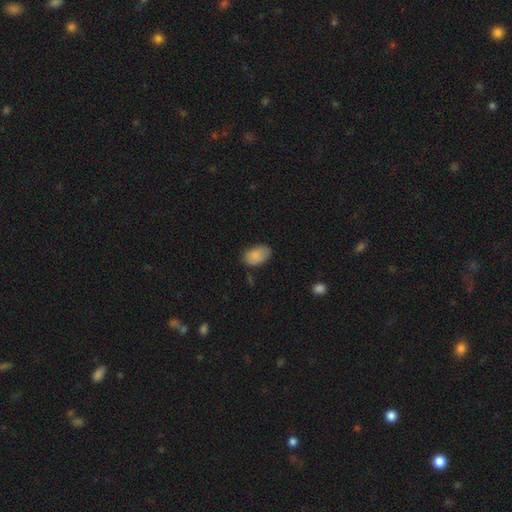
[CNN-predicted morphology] smooth_or_featured: smooth (p=0.85) [alt: featured or disk p=0.08]
how_rounded: in between (p=0.91) [alt: round p=0.08]
merging: none (p=0.71) [alt: minor disturbance p=0.23]